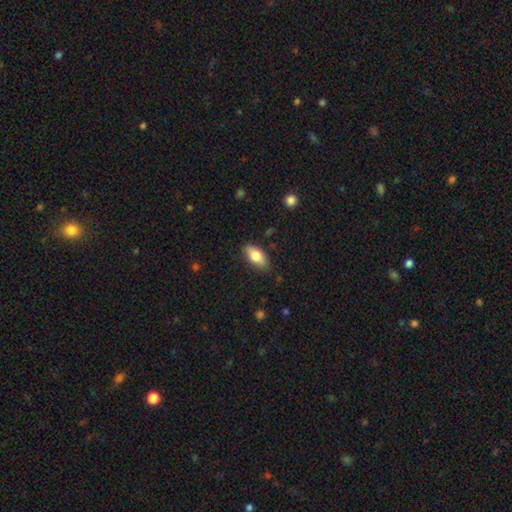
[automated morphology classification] This appears to be a smooth galaxy with no disk features (78%) that is in between round and cigar-shaped (89%). Merging: none (85%).